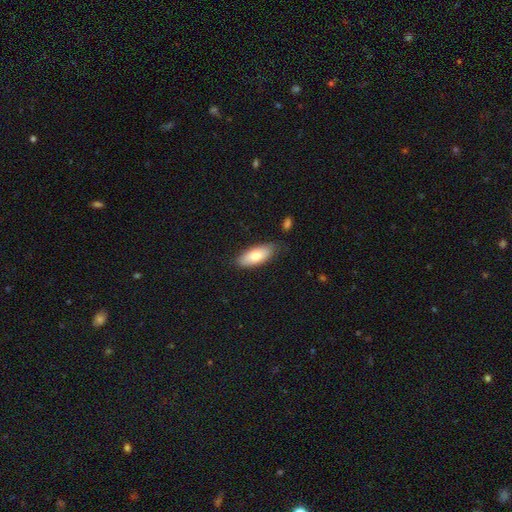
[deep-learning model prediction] Q: Smooth or featured?
A: smooth (74%); runner-up: featured or disk (20%)
Q: How rounded?
A: in between (83%); runner-up: cigar-shaped (15%)
Q: Merging?
A: none (76%); runner-up: minor disturbance (18%)